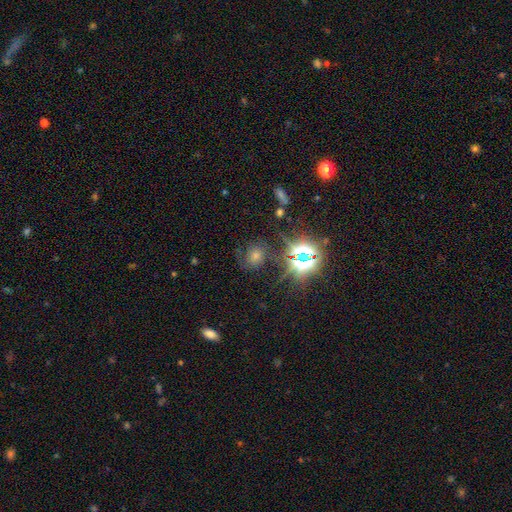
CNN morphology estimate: Smooth or featured? star or artifact (49%)